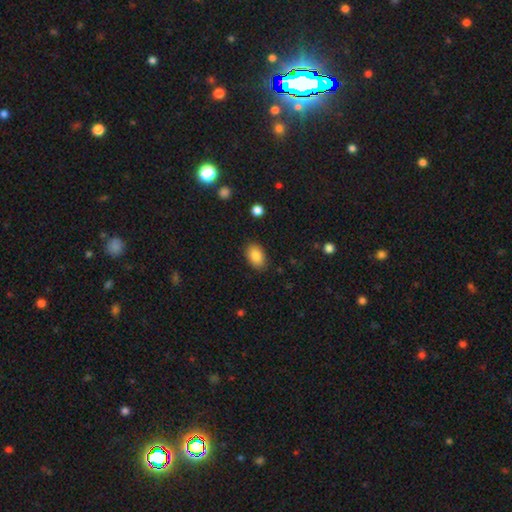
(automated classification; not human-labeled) This appears to be a smooth galaxy with no disk features (87%) that is in between round and cigar-shaped (88%). Merging: none (86%).